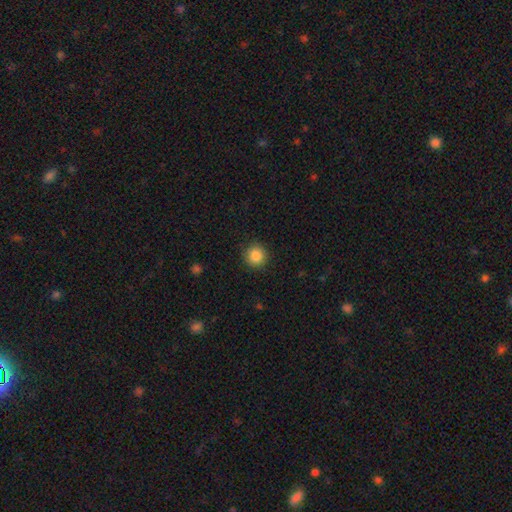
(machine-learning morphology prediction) A smooth galaxy with no disk features (86%) that is round (94%). Merging: none (92%).